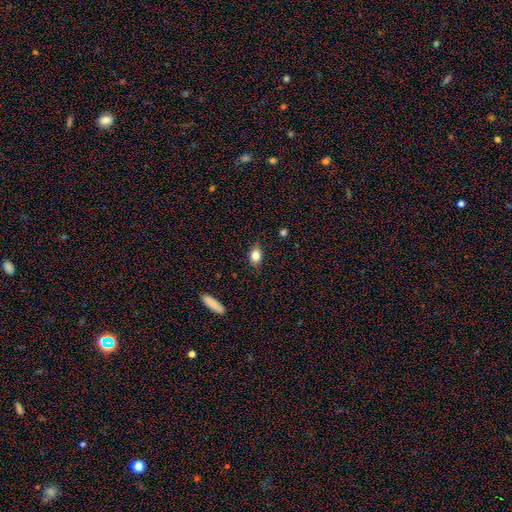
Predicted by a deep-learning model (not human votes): Smooth or featured?
  - smooth: 80% *
  - featured or disk: 10%
  - star or artifact: 10%
How rounded?
  - in between: 71% *
  - round: 25%
  - cigar-shaped: 4%
Merging?
  - none: 81% *
  - minor disturbance: 15%
  - major disturbance: 3%
  - merger: 1%